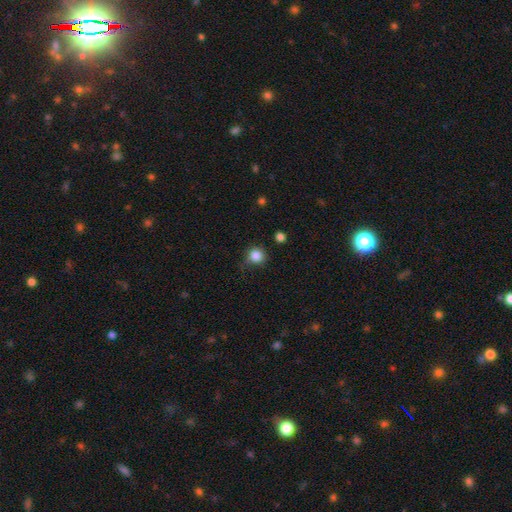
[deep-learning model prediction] Smooth or featured: smooth — 85% (star or artifact — 11%)
How rounded: round — 91% (in between — 8%)
Merging: none — 73% (minor disturbance — 19%)